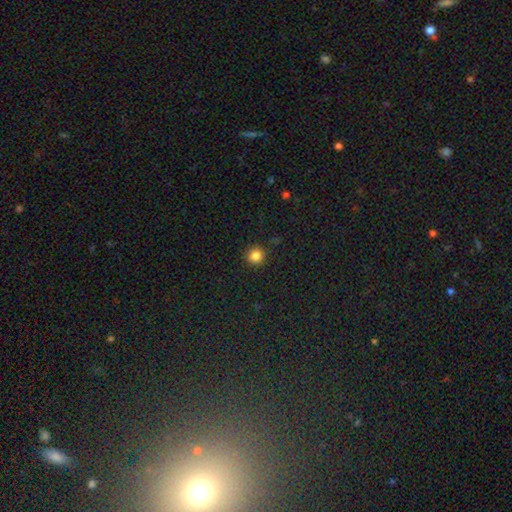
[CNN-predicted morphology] Smooth or featured?
  - smooth: 84% *
  - star or artifact: 12%
  - featured or disk: 4%
How rounded?
  - round: 93% *
  - in between: 6%
  - cigar-shaped: 1%
Merging?
  - none: 90% *
  - minor disturbance: 7%
  - major disturbance: 2%
  - merger: 1%